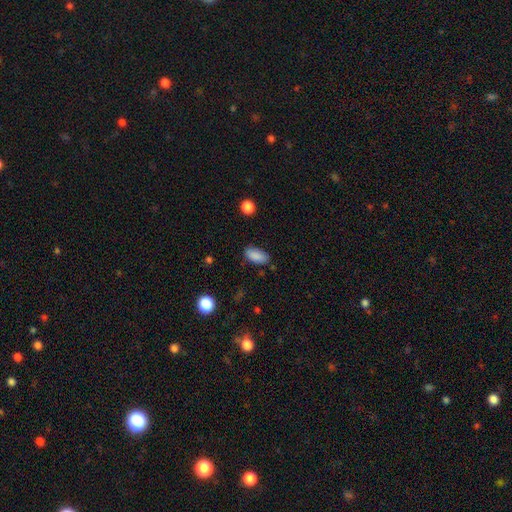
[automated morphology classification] smooth-or-featured: smooth: 88% | star or artifact: 8% | featured or disk: 4%
  how-rounded: in between: 91% | cigar-shaped: 7% | round: 3%
  merging: none: 81% | minor disturbance: 14% | major disturbance: 3% | merger: 2%